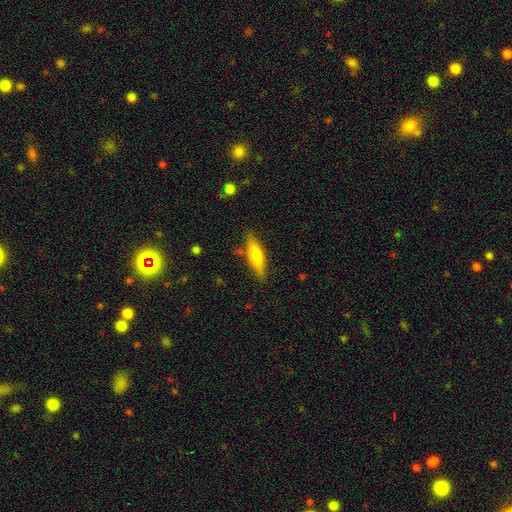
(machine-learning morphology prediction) A smooth galaxy with no disk features (63%) that is cigar-shaped (73%). Merging: none (82%).